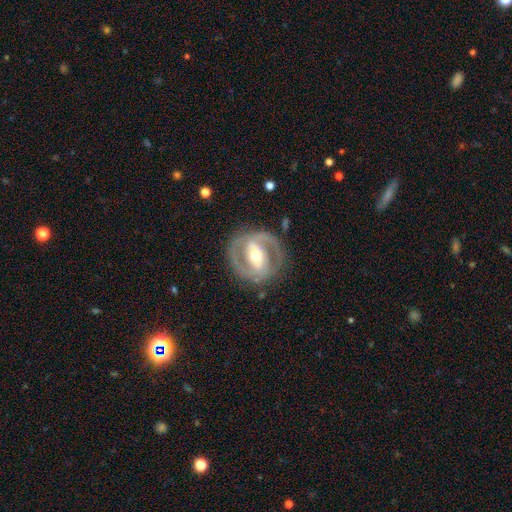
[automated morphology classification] type=featured or disk (84%); edge-on=no (96%); bar=strong (54%); spiral arms=yes (82%); winding=medium (46%); arm count=2 (87%); bulge=moderate (70%); merging=none (82%).